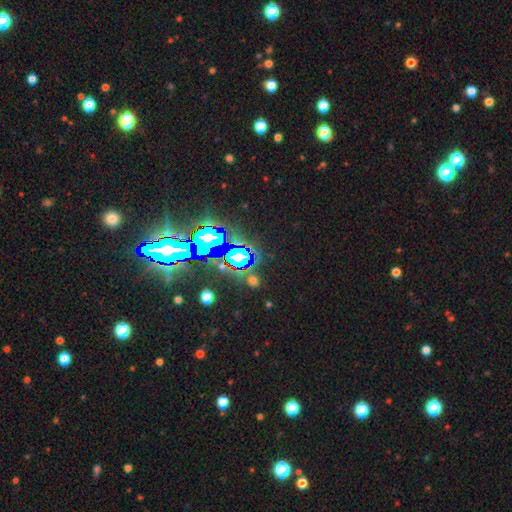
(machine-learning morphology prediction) Q: Smooth or featured?
A: star or artifact (84%); runner-up: smooth (10%)